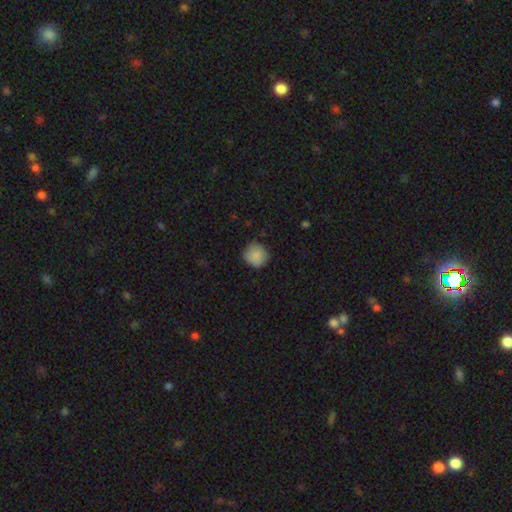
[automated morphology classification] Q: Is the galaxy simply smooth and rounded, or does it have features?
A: smooth — 86%.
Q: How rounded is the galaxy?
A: round — 90%.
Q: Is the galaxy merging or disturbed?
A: none — 80%.